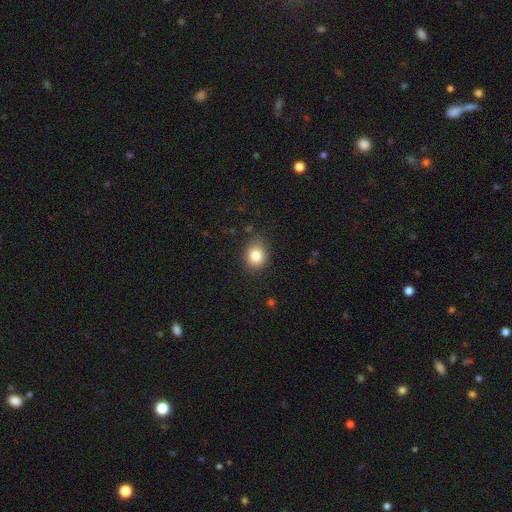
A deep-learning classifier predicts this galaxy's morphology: Smooth or featured: smooth — 83% (star or artifact — 10%)
How rounded: round — 60% (in between — 40%)
Merging: none — 83% (minor disturbance — 13%)